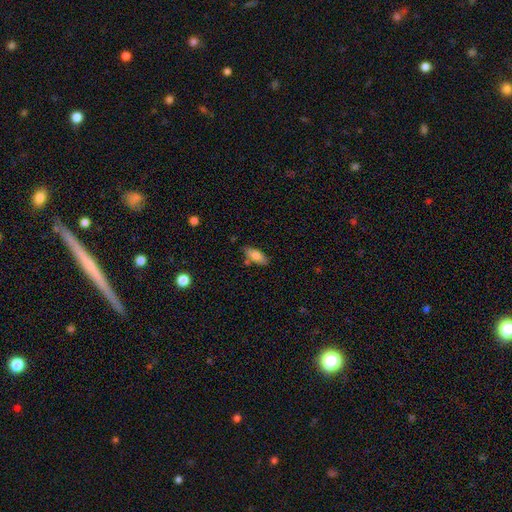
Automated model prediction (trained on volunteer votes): smooth_or_featured: smooth (p=0.77) [alt: featured or disk p=0.16]
how_rounded: in between (p=0.79) [alt: cigar-shaped p=0.18]
merging: none (p=0.76) [alt: minor disturbance p=0.15]